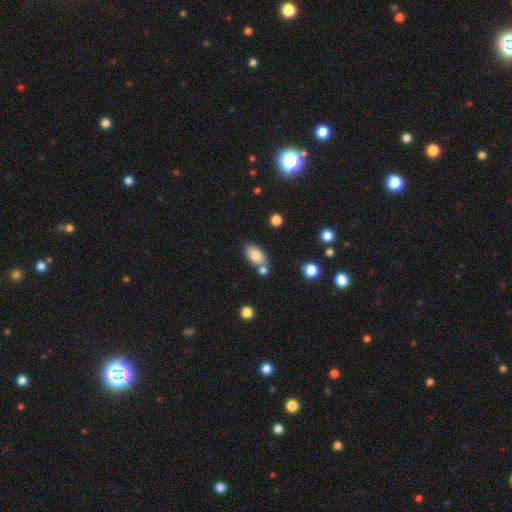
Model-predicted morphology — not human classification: Q: Smooth or featured?
A: smooth (82%); runner-up: featured or disk (10%)
Q: How rounded?
A: in between (91%); runner-up: round (6%)
Q: Merging?
A: none (62%); runner-up: merger (22%)